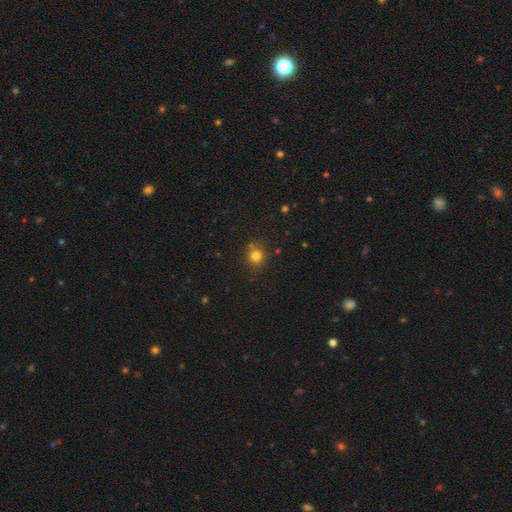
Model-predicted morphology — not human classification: smooth_or_featured: smooth (p=0.78) [alt: star or artifact p=0.15]
how_rounded: round (p=0.86) [alt: in between p=0.13]
merging: none (p=0.78) [alt: minor disturbance p=0.10]